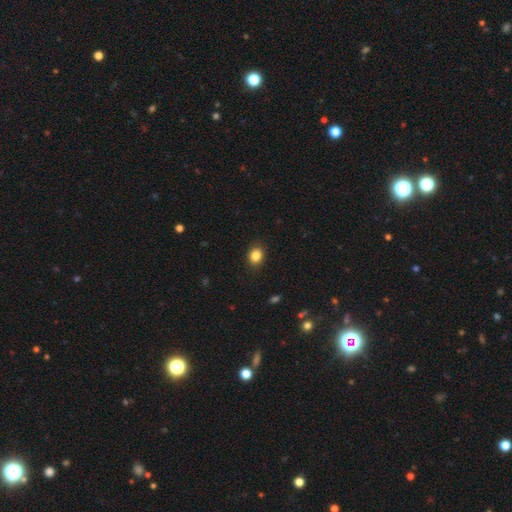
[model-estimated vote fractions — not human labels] This is clearly a smooth galaxy (85%). How rounded: possibly round (55%). Merging: clearly none (88%).